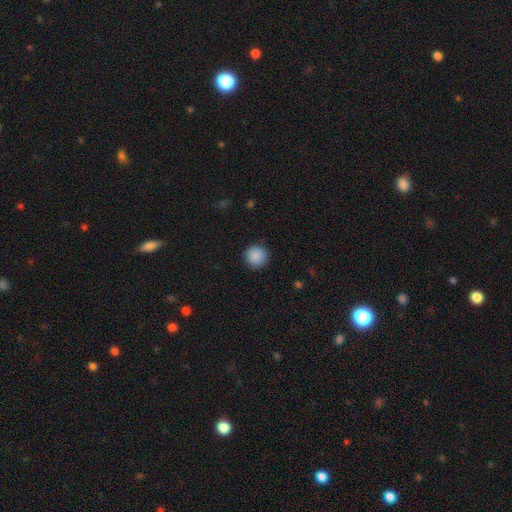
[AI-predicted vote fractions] The model was most divided on "smooth or featured": smooth: 89%, star or artifact: 8%, featured or disk: 3%. More confident: how rounded — round (94%); merging — none (90%).